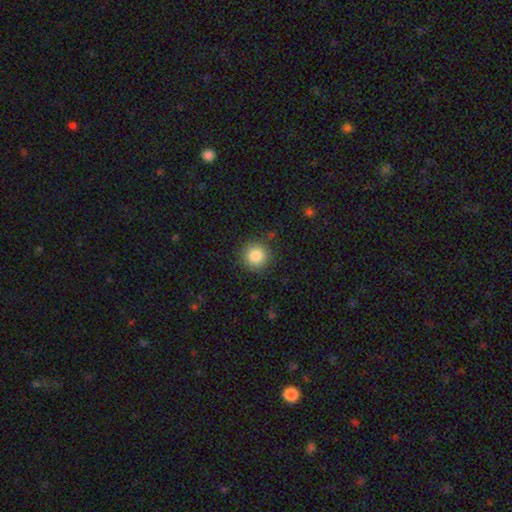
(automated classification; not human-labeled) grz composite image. It shows a smooth galaxy with no disk features (84%) that is round (94%). Merging: none (89%).